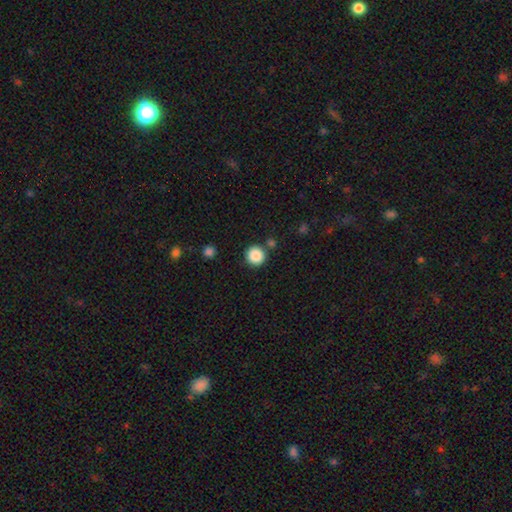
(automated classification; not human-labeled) This is clearly a smooth galaxy (87%). How rounded: clearly round (95%). Merging: clearly none (86%).